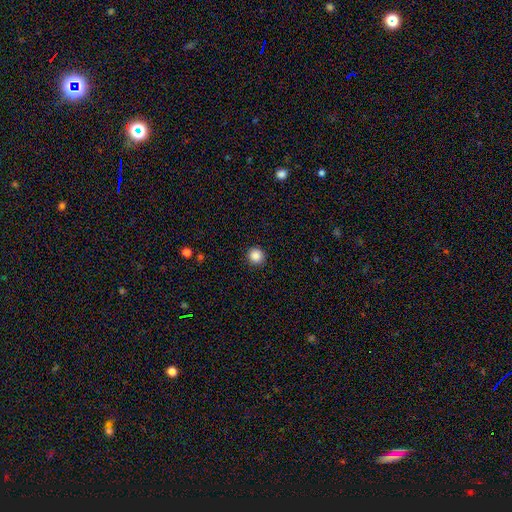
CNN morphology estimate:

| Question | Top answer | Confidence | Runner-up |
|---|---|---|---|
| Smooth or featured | smooth | 87% | star or artifact (10%) |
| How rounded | round | 94% | in between (5%) |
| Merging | none | 92% | minor disturbance (5%) |